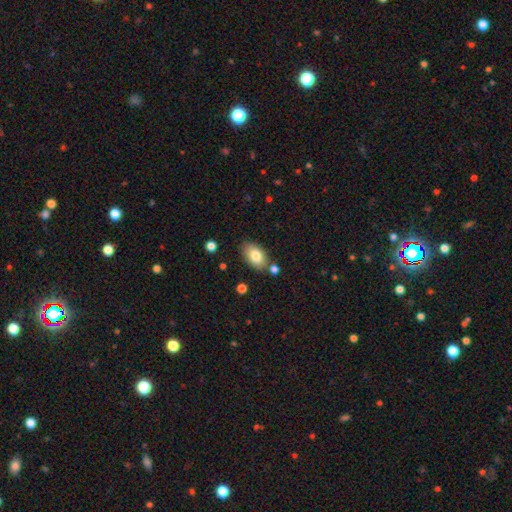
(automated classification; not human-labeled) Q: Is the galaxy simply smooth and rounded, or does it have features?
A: smooth — 81%.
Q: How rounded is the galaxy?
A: in between — 91%.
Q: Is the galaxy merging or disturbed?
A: none — 78%.